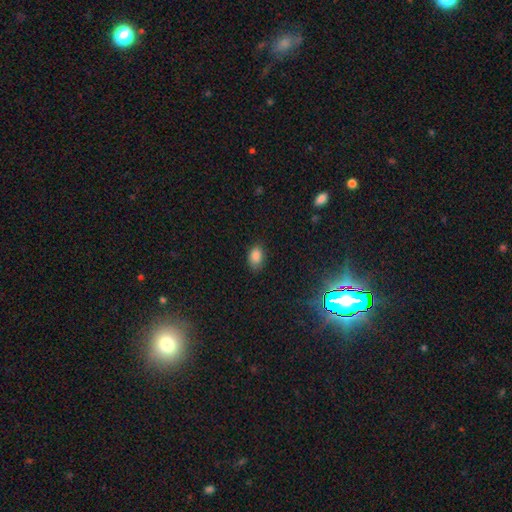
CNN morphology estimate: Overall: smooth (86%). How rounded: in between (84%). Merging: none (80%).